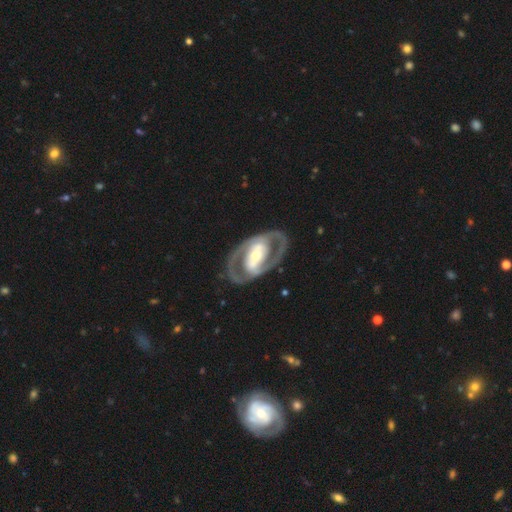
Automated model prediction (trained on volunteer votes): Smooth or featured: featured or disk — 84% (smooth — 12%)
Edge-on disk: no — 95% (yes — 5%)
Bar: strong — 54% (weak — 26%)
Spiral arms: yes — 73% (no — 27%)
Spiral winding: medium — 44% (tight — 42%)
Spiral arm count: 2 — 84% (can't tell — 9%)
Bulge size: moderate — 53% (small — 31%)
Merging: none — 78% (minor disturbance — 12%)